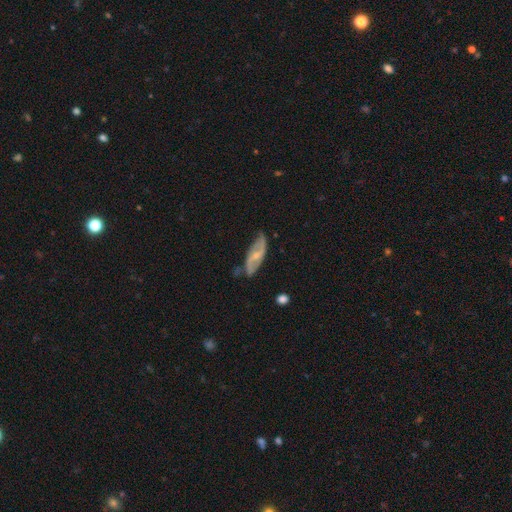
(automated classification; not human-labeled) featured or disk 72%, smooth 23%, star or artifact 6%. Down the decision tree: edge-on disk — no (87%); bar — weak (43%); spiral arms — yes (89%); spiral arm count — 2 (86%); spiral winding — loose (49%); bulge size — small (60%); merging — none (67%).